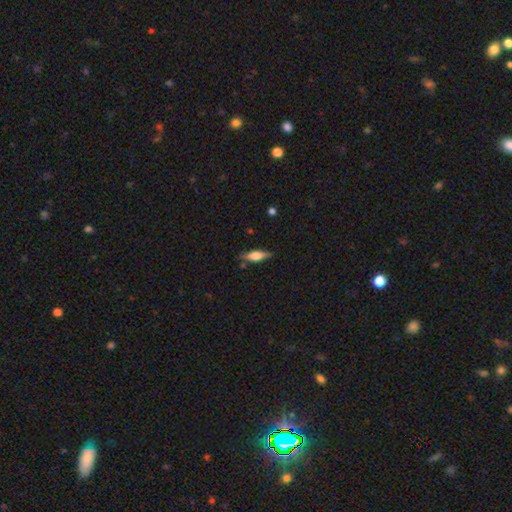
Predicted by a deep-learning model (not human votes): The model was most divided on "how rounded": in between: 51%, cigar-shaped: 46%, round: 2%. More confident: merging — none (77%); smooth or featured — smooth (64%).